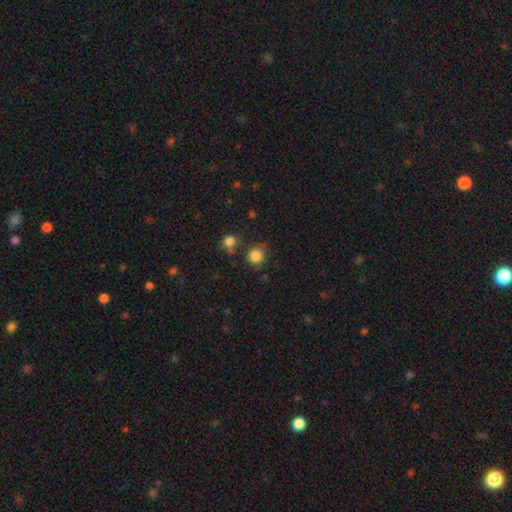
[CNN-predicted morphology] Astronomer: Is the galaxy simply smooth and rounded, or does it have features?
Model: smooth — 83%.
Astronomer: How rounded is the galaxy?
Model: round — 88%.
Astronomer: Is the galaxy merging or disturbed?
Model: none — 72%.